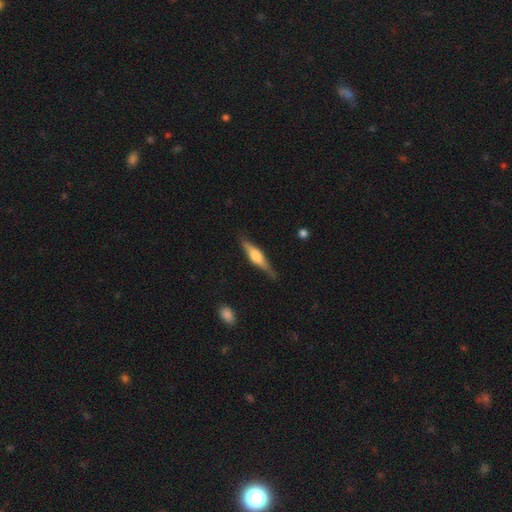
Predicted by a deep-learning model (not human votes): A featured or disk galaxy (64%) viewed edge-on (96%) with a rounded central bulge (81%). Merging: none (81%).